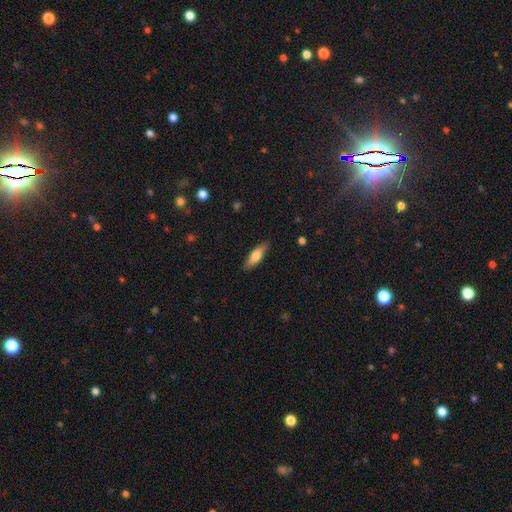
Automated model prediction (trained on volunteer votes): The model was most divided on "how rounded": cigar-shaped: 53%, in between: 45%, round: 2%. More confident: merging — none (87%); smooth or featured — smooth (65%).